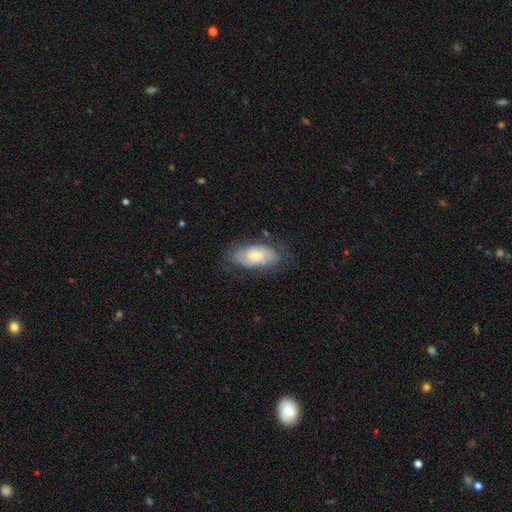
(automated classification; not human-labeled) smooth-or-featured: featured or disk: 49% | smooth: 45% | star or artifact: 7%
  merging: none: 67% | minor disturbance: 23% | major disturbance: 9% | merger: 2%